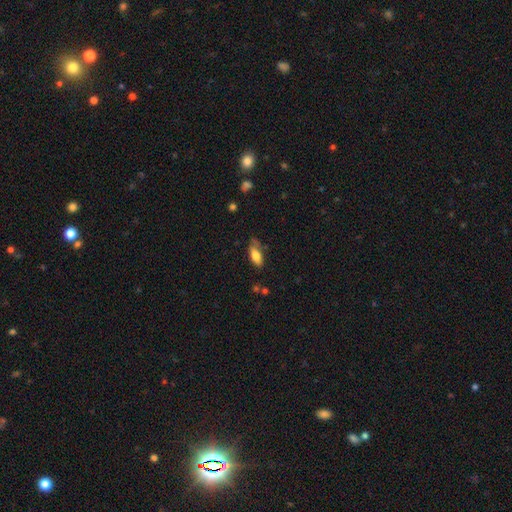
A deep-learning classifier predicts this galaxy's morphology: The model was most divided on "merging": none: 59%, minor disturbance: 29%, major disturbance: 8%, merger: 4%. More confident: how rounded — in between (81%); smooth or featured — smooth (73%).